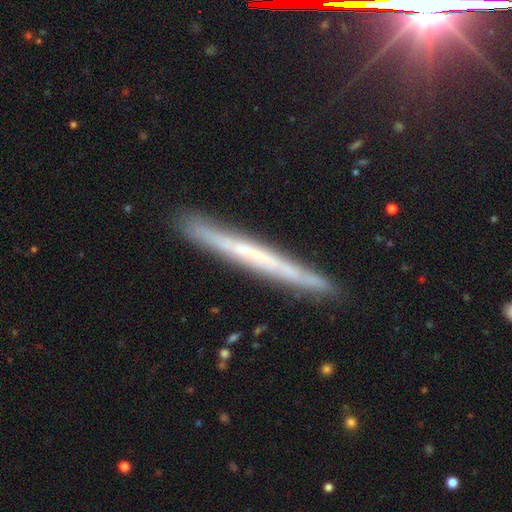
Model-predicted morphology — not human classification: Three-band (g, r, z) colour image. It shows a featured or disk galaxy (59%) viewed edge-on (95%) with no central bulge (86%). Merging: none (89%).